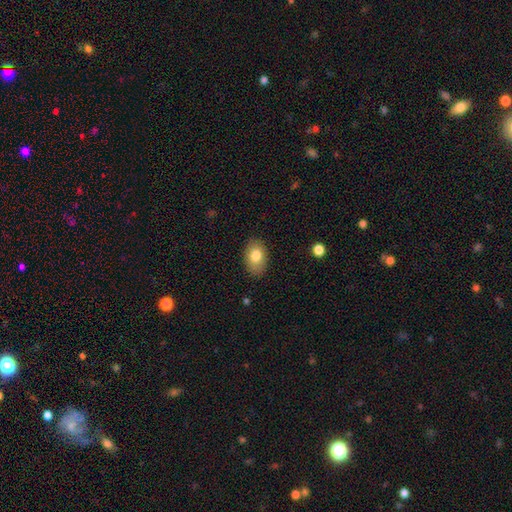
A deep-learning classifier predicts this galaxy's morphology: Q: Smooth or featured?
A: smooth (81%); runner-up: featured or disk (12%)
Q: How rounded?
A: in between (87%); runner-up: round (12%)
Q: Merging?
A: none (84%); runner-up: minor disturbance (12%)